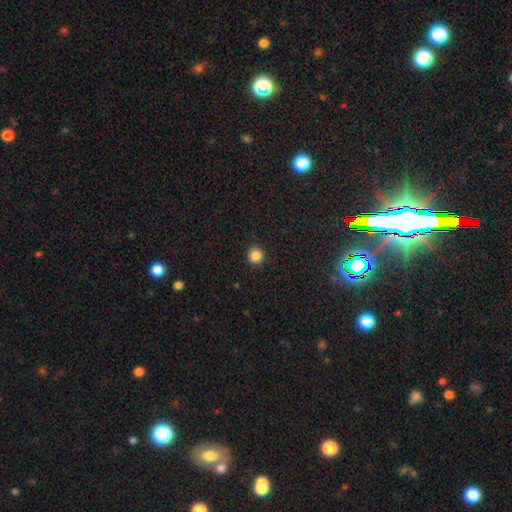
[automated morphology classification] smooth-or-featured: smooth: 85% | star or artifact: 11% | featured or disk: 3%
  how-rounded: round: 94% | in between: 5% | cigar-shaped: 1%
  merging: none: 92% | minor disturbance: 5% | major disturbance: 2% | merger: 1%